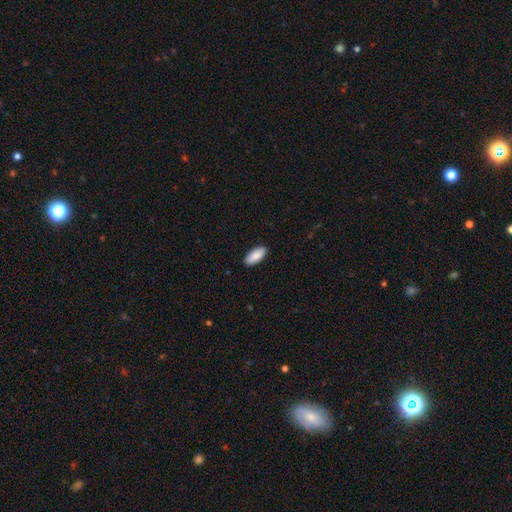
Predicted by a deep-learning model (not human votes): smooth_or_featured: smooth (p=0.89) [alt: star or artifact p=0.06]
how_rounded: in between (p=0.81) [alt: cigar-shaped p=0.17]
merging: none (p=0.90) [alt: minor disturbance p=0.07]